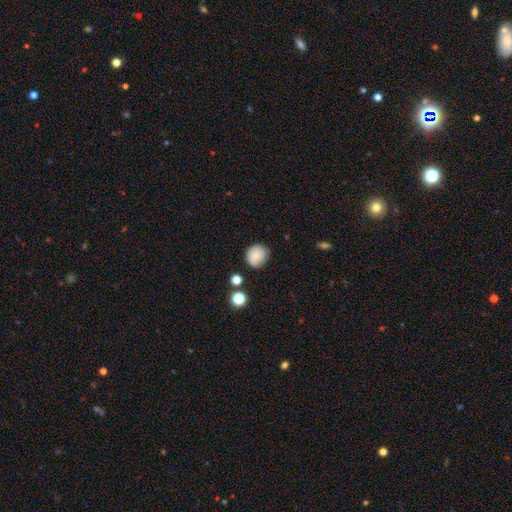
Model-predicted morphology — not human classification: smooth 75%, featured or disk 16%, star or artifact 9%. Down the decision tree: how rounded — round (86%); merging — none (76%).